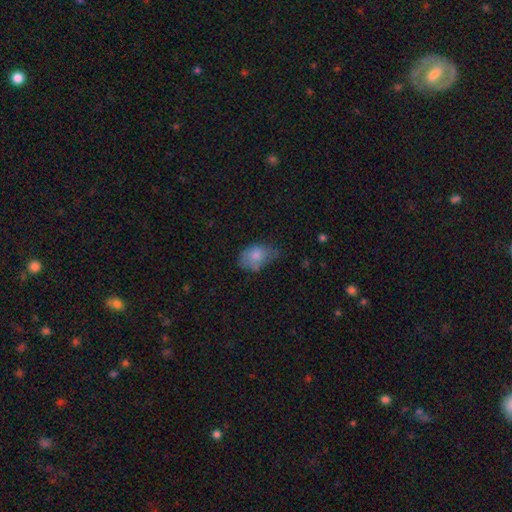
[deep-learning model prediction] Smooth or featured? smooth (77%)
How rounded? in between (81%)
Merging? minor disturbance (42%)